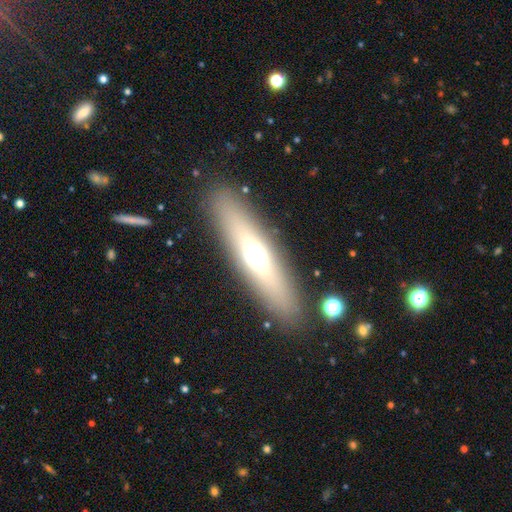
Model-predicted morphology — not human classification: Overall: smooth (48%; featured or disk 42%). Merging: none (87%).